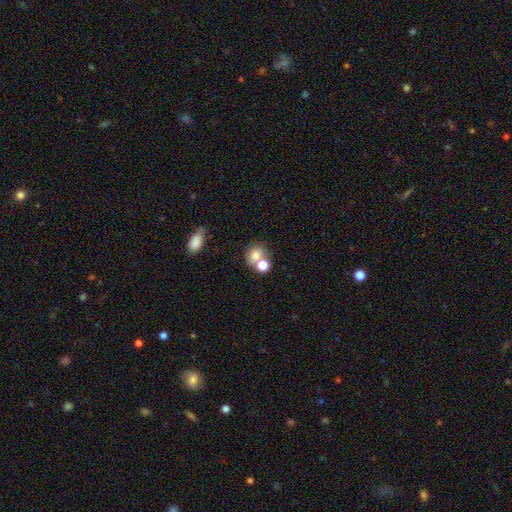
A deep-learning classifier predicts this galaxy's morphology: This is likely a smooth galaxy (76%). How rounded: likely round (63%). Merging: marginally merger (44%).